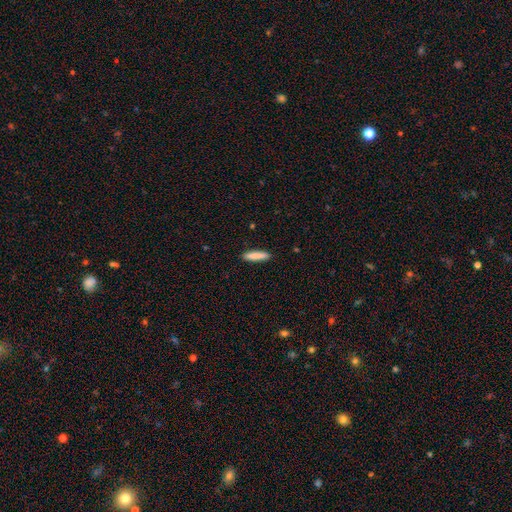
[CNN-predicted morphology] Overall: smooth (86%). How rounded: cigar-shaped (85%). Merging: none (91%).